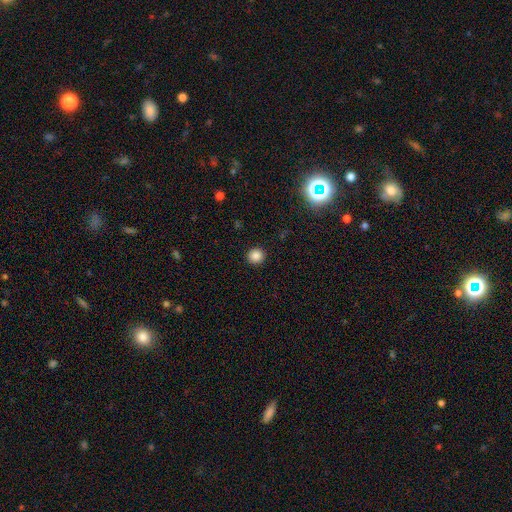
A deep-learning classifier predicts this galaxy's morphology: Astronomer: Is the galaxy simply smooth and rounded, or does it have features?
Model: smooth — 85%.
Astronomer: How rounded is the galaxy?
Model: round — 93%.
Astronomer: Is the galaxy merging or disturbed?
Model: none — 93%.